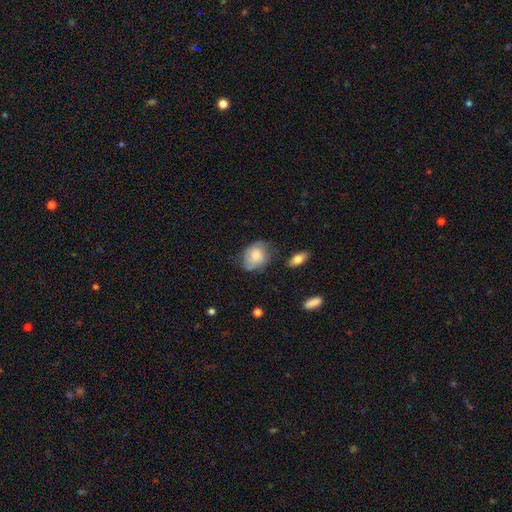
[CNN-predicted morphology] smooth 67%, featured or disk 26%, star or artifact 7%. Down the decision tree: how rounded — in between (56%); merging — none (53%).